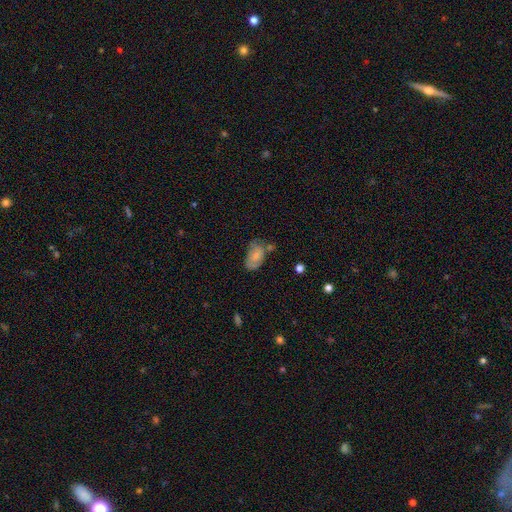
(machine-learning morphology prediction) Smooth or featured? Predicted: smooth (p=0.67). How rounded? Predicted: in between (p=0.91). Merging? Predicted: none (p=0.42).